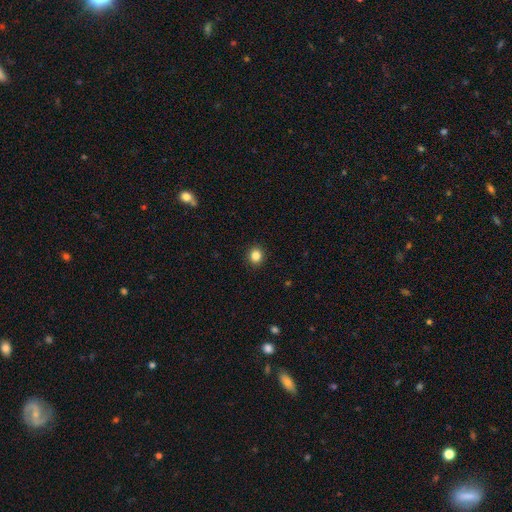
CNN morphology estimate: The model was most divided on "how rounded": round: 81%, in between: 18%, cigar-shaped: 1%. More confident: merging — none (92%); smooth or featured — smooth (85%).